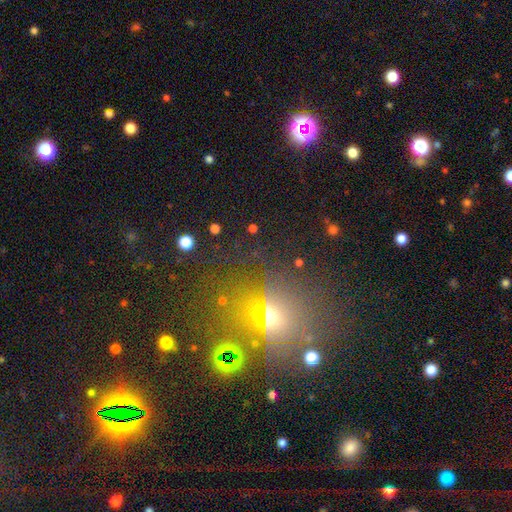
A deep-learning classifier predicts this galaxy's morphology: Smooth or featured: star or artifact — 53% (smooth — 32%)